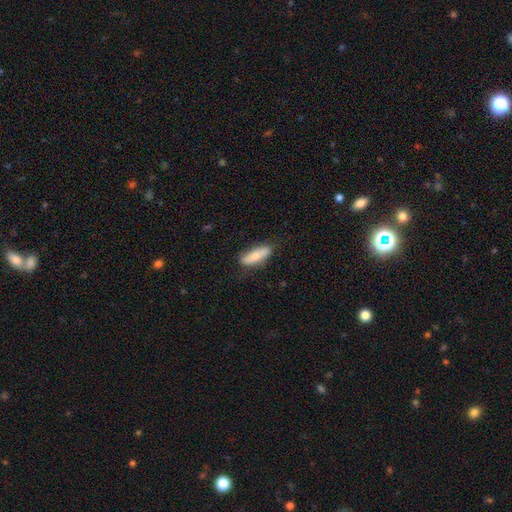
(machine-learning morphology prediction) Overall: smooth (67%; featured or disk 27%). How rounded: in between (59%; cigar-shaped 39%). Merging: none (78%).